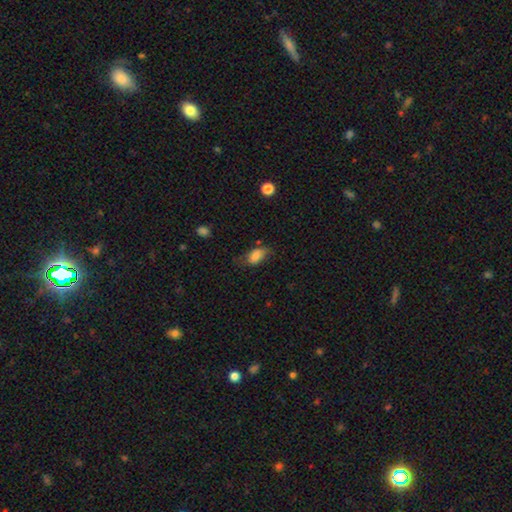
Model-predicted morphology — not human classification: Smooth or featured: smooth — 78% (featured or disk — 14%)
How rounded: in between — 89% (round — 7%)
Merging: none — 53% (minor disturbance — 32%)